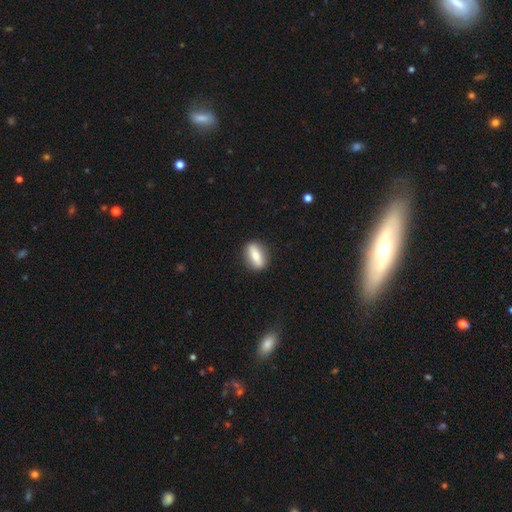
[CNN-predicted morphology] A smooth galaxy with no disk features (62%) that is in between round and cigar-shaped (63%). Merging: none (88%).